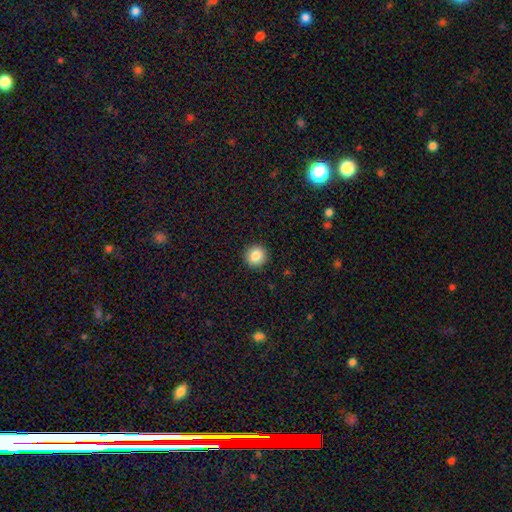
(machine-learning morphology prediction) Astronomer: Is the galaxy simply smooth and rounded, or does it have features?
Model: smooth — 85%.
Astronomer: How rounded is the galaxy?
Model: round — 94%.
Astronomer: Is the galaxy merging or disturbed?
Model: none — 93%.